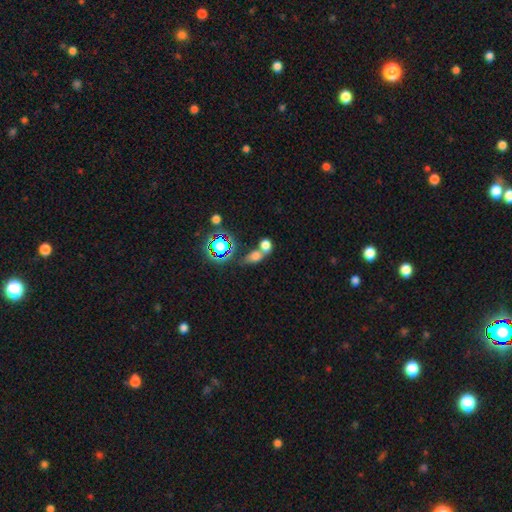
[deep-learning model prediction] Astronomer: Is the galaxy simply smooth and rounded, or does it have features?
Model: smooth — 67%.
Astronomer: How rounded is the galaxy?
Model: in between — 64%.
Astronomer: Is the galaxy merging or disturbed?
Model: merger — 51% (runner-up: none, 35%).